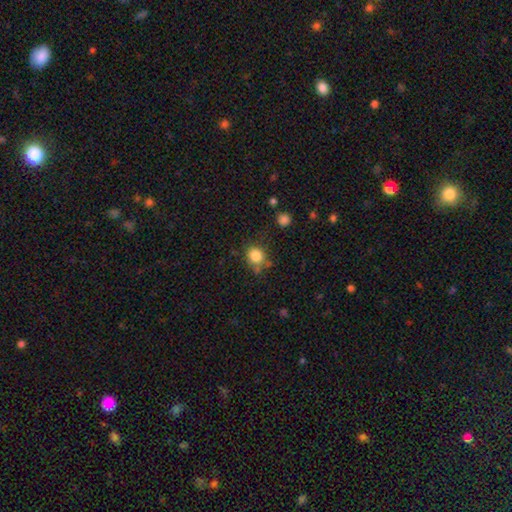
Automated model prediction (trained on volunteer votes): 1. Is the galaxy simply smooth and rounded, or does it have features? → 83% smooth, 11% star or artifact, 6% featured or disk.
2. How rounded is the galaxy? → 77% round, 22% in between, 1% cigar-shaped.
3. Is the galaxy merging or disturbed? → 65% none, 20% minor disturbance, 8% merger, 6% major disturbance.